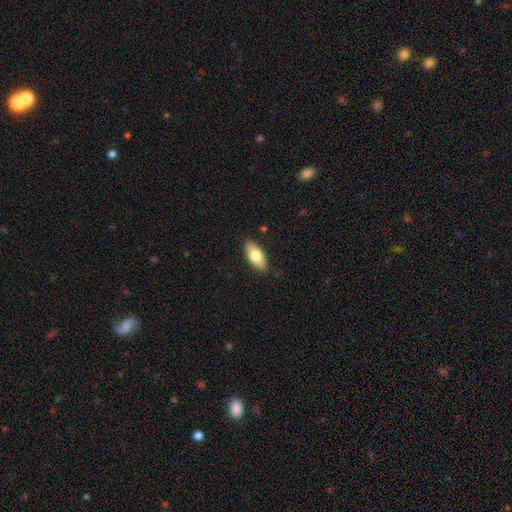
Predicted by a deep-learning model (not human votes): A smooth galaxy with no disk features (72%) that is in between round and cigar-shaped (86%). Merging: none (87%).